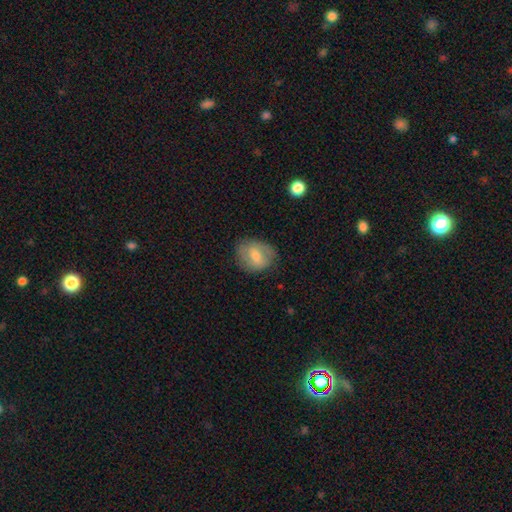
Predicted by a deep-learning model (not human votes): This is possibly a smooth galaxy (59%). How rounded: possibly round (52%). Merging: likely none (76%).